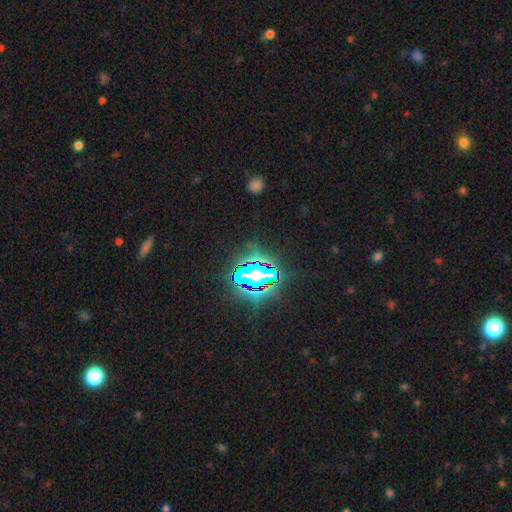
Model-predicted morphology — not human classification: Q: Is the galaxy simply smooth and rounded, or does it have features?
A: star or artifact — 81%.